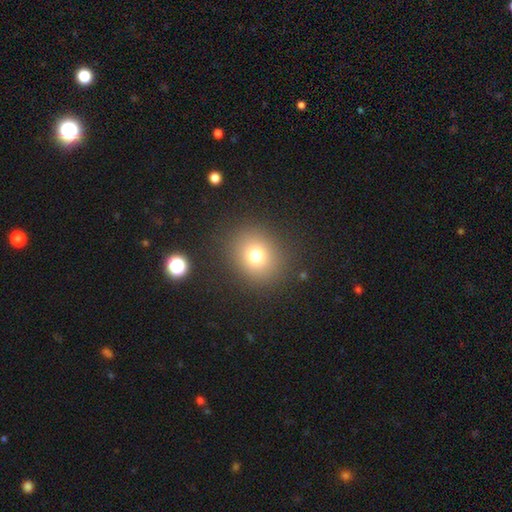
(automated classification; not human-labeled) This is likely a smooth galaxy (74%). How rounded: likely round (77%). Merging: clearly none (87%).